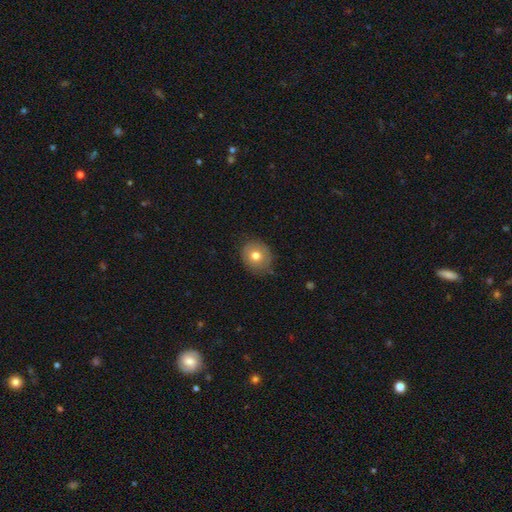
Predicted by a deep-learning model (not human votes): Morphology: type=smooth (73%); roundness=round (71%); merging=none (75%).